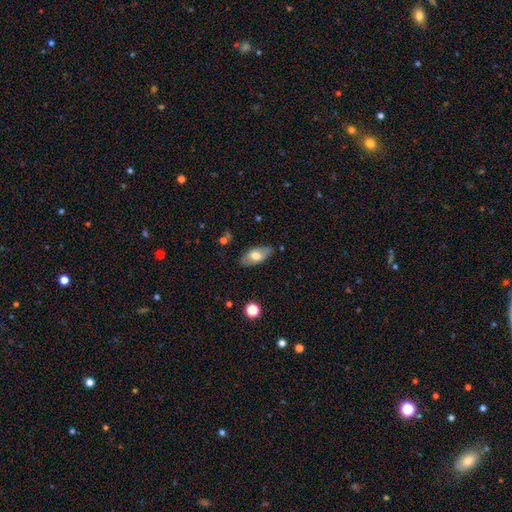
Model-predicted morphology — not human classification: This is likely a smooth galaxy (60%). How rounded: clearly in between (91%). Merging: clearly none (82%).